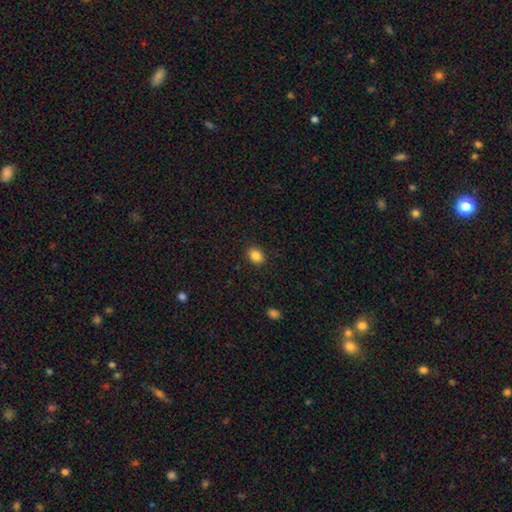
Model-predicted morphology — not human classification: smooth_or_featured: smooth (p=0.85) [alt: star or artifact p=0.10]
how_rounded: round (p=0.50) [alt: in between p=0.49]
merging: none (p=0.89) [alt: minor disturbance p=0.08]